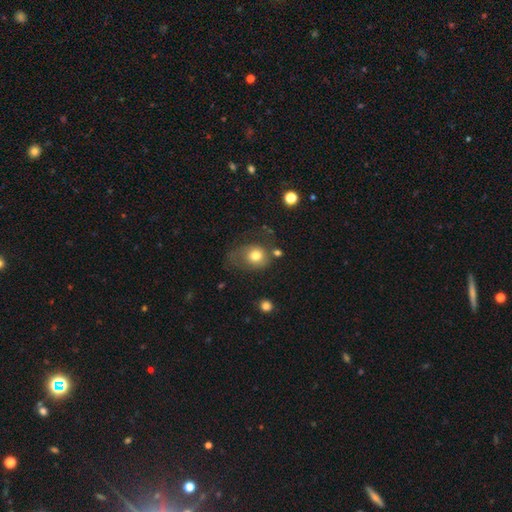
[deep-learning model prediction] Smooth or featured?
  - smooth: 73% *
  - featured or disk: 18%
  - star or artifact: 9%
How rounded?
  - round: 63% *
  - in between: 36%
  - cigar-shaped: 1%
Merging?
  - none: 43% *
  - minor disturbance: 26%
  - major disturbance: 26%
  - merger: 6%